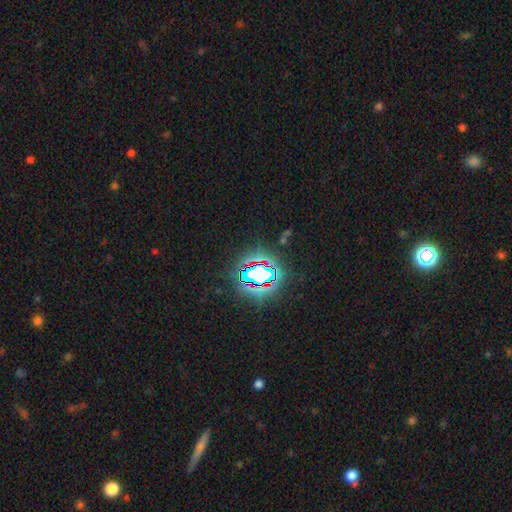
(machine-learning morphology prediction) Smooth or featured?
  - star or artifact: 81% *
  - smooth: 11%
  - featured or disk: 7%